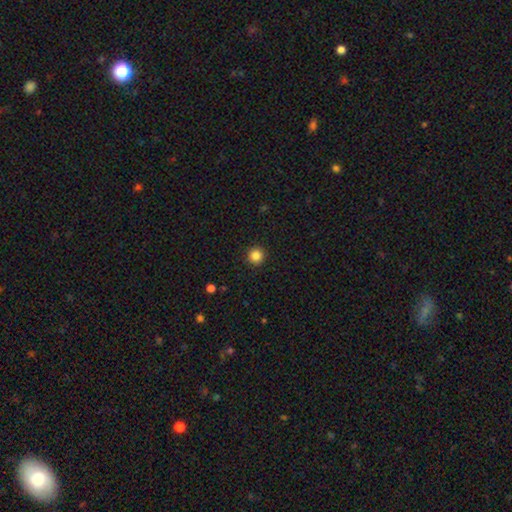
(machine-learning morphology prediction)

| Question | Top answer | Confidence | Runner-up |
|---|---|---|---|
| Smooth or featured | smooth | 85% | star or artifact (11%) |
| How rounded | round | 96% | in between (4%) |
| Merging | none | 92% | minor disturbance (5%) |